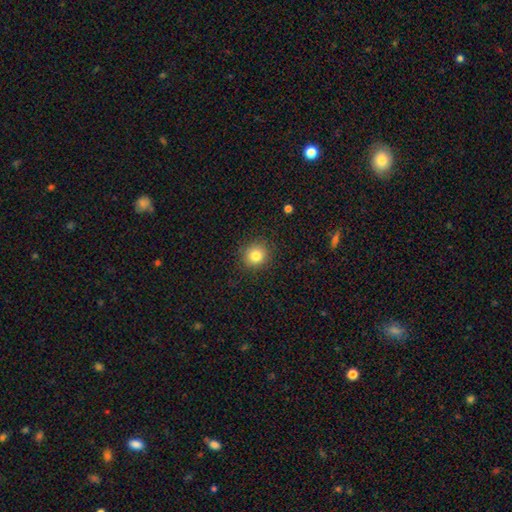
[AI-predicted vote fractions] This appears to be a smooth galaxy with no disk features (82%) that is round (90%). Merging: none (88%).